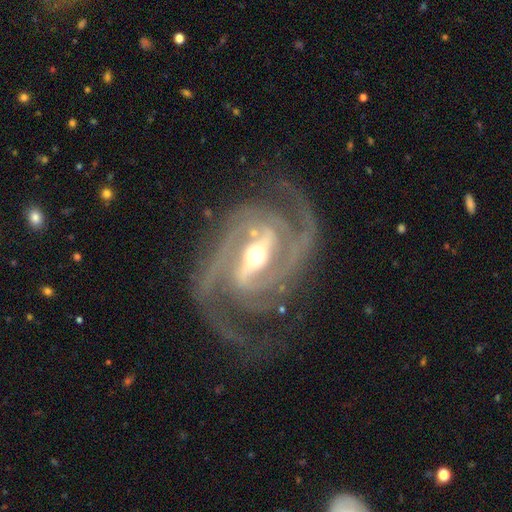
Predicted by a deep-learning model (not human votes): smooth-or-featured: featured or disk: 93% | star or artifact: 4% | smooth: 3%
  disk-edge-on: no: 97% | yes: 3%
    bar: strong: 71% | weak: 22% | no: 7%
    has-spiral-arms: yes: 98% | no: 2%
      spiral-winding: medium: 49% | tight: 40% | loose: 10%
      spiral-arm-count: 2: 64% | 3: 21% | 4: 5% | can't tell: 5% | 1: 3% | more than 4: 3%
    bulge-size: moderate: 65% | small: 26% | large: 8% | dominant: 1% | none: 1%
  merging: none: 70% | minor disturbance: 16% | major disturbance: 12% | merger: 2%